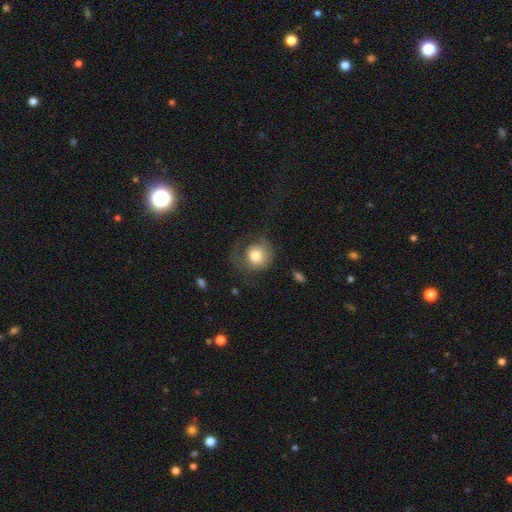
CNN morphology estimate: smooth-or-featured: smooth: 74% | featured or disk: 19% | star or artifact: 8%
  how-rounded: round: 84% | in between: 15% | cigar-shaped: 1%
  merging: none: 43% | major disturbance: 33% | minor disturbance: 22% | merger: 2%